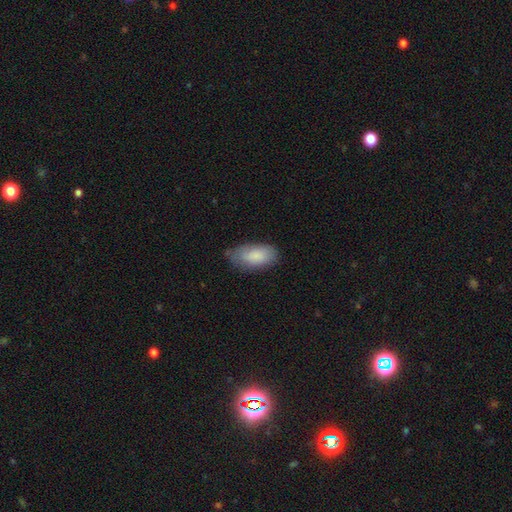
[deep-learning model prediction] A smooth galaxy with no disk features (83%) that is in between round and cigar-shaped (92%).

Vote fractions:
- Smooth or featured? smooth: 83% / featured or disk: 11% / star or artifact: 6%
- How rounded? in between: 92% / cigar-shaped: 6% / round: 2%
- Merging? none: 65% / minor disturbance: 27% / major disturbance: 6% / merger: 2%